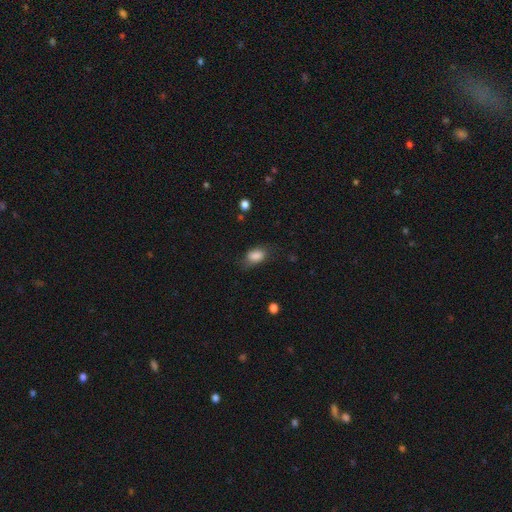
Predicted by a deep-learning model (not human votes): Smooth or featured? Predicted: smooth (p=0.84). How rounded? Predicted: in between (p=0.85). Merging? Predicted: none (p=0.64).